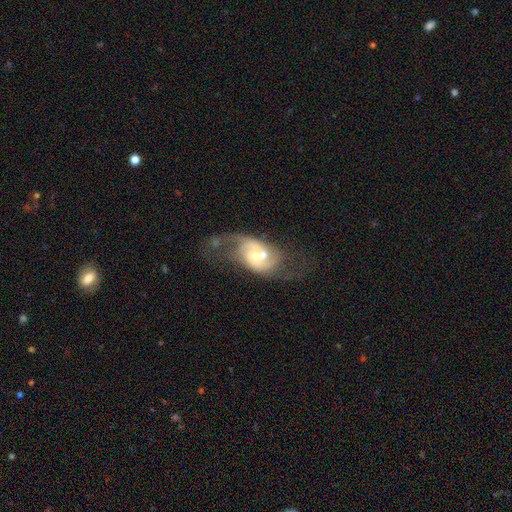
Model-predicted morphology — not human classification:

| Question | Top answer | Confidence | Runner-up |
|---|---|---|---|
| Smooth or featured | featured or disk | 78% | smooth (16%) |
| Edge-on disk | no | 96% | yes (4%) |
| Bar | no | 53% | weak (38%) |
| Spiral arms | yes | 88% | no (12%) |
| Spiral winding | loose | 43% | medium (42%) |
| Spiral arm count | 2 | 80% | can't tell (9%) |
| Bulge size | moderate | 53% | small (37%) |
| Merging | none | 33% | merger (29%) |